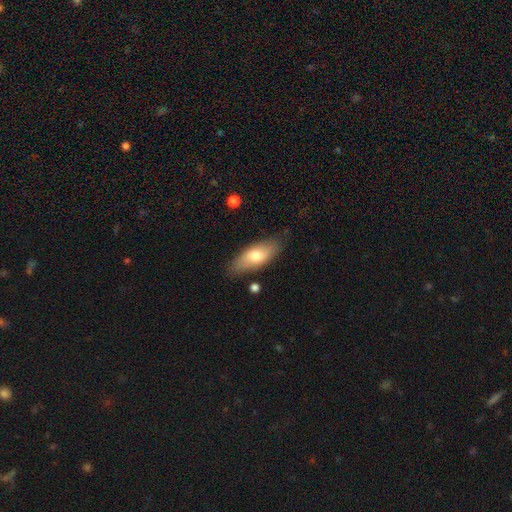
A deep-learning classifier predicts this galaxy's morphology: A smooth galaxy with no disk features (68%) that is in between round and cigar-shaped (82%).

Vote fractions:
- Smooth or featured? smooth: 68% / featured or disk: 26% / star or artifact: 6%
- How rounded? in between: 82% / cigar-shaped: 15% / round: 3%
- Merging? none: 80% / minor disturbance: 15% / major disturbance: 3% / merger: 2%